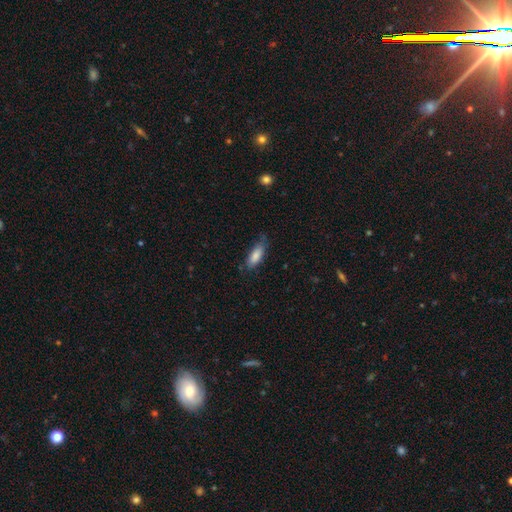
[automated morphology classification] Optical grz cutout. It shows a smooth galaxy with no disk features (83%) that is in between round and cigar-shaped (66%). Merging: none (70%).